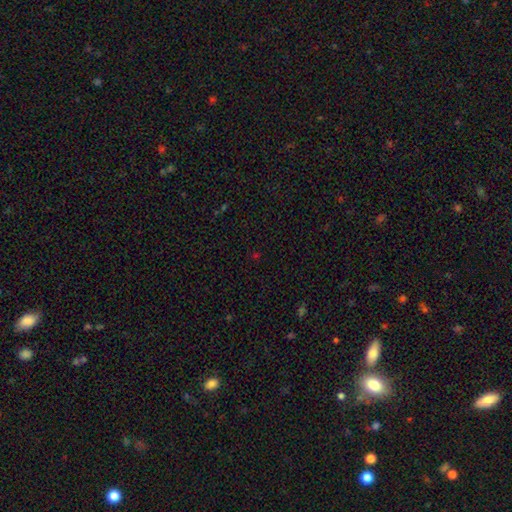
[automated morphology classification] This appears to be a star or artifact, not a galaxy (61%).